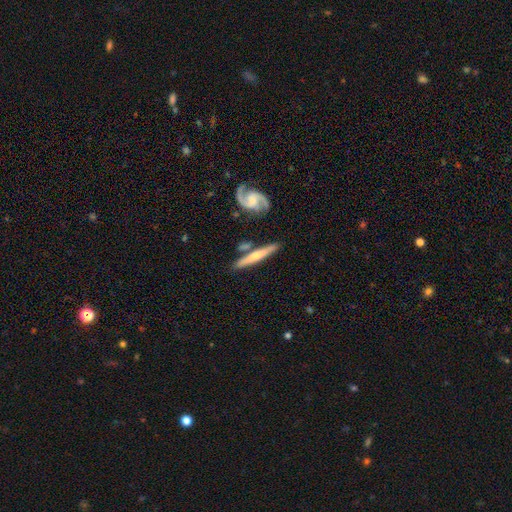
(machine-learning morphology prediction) Smooth or featured?
  - featured or disk: 58% *
  - smooth: 38%
  - star or artifact: 5%
Edge-on disk?
  - yes: 84% *
  - no: 16%
Merging?
  - none: 74% *
  - minor disturbance: 11%
  - merger: 11%
  - major disturbance: 3%